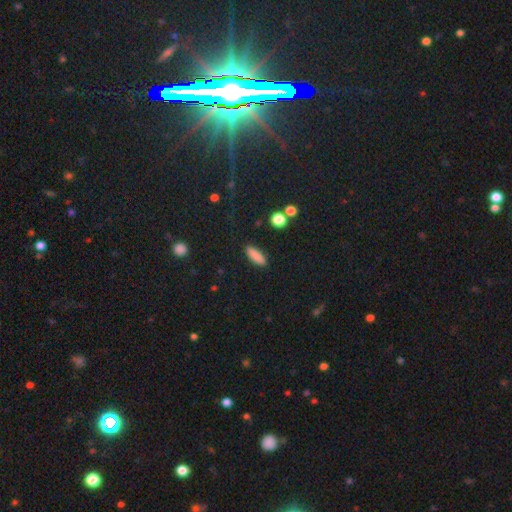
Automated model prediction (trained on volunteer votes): Smooth or featured?
  - smooth: 87% *
  - star or artifact: 8%
  - featured or disk: 5%
How rounded?
  - in between: 50% *
  - cigar-shaped: 47%
  - round: 2%
Merging?
  - none: 90% *
  - minor disturbance: 7%
  - major disturbance: 2%
  - merger: 1%